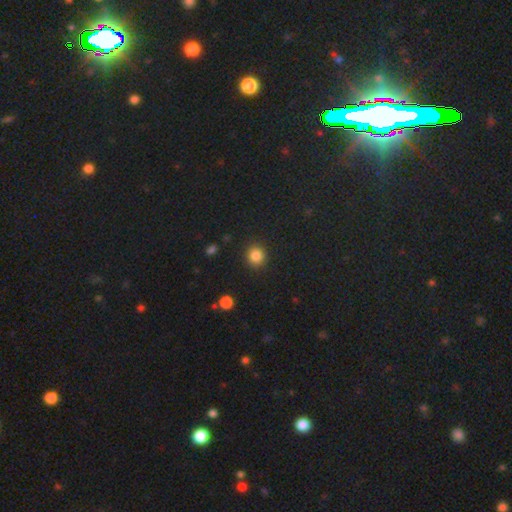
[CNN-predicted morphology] Smooth or featured? smooth (85%)
How rounded? round (90%)
Merging? none (89%)